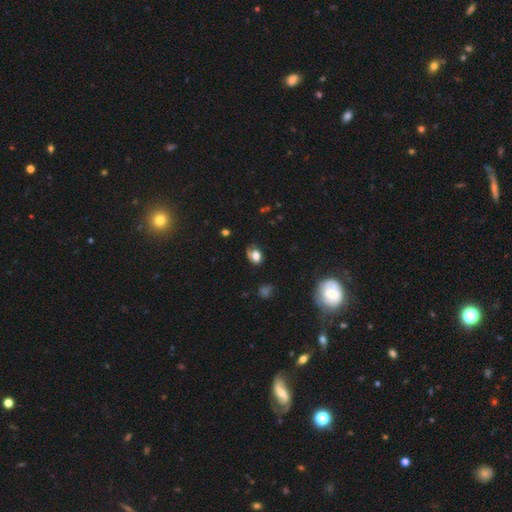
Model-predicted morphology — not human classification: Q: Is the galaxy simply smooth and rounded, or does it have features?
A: smooth — 69%.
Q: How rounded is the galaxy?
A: in between — 65%.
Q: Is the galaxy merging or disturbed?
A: none — 51%.